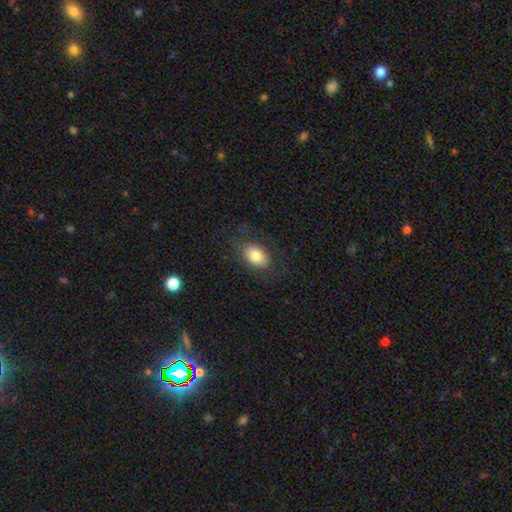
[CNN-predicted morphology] Smooth or featured? smooth (79%)
How rounded? in between (86%)
Merging? none (78%)